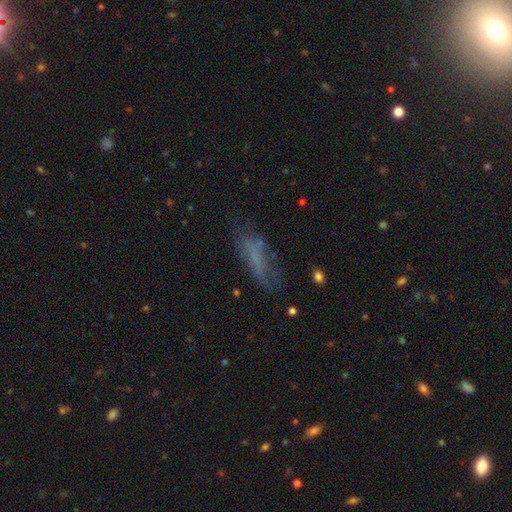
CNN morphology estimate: Q: Smooth or featured?
A: smooth (54%); runner-up: featured or disk (30%)
Q: How rounded?
A: cigar-shaped (50%); runner-up: in between (47%)
Q: Merging?
A: none (51%); runner-up: minor disturbance (25%)